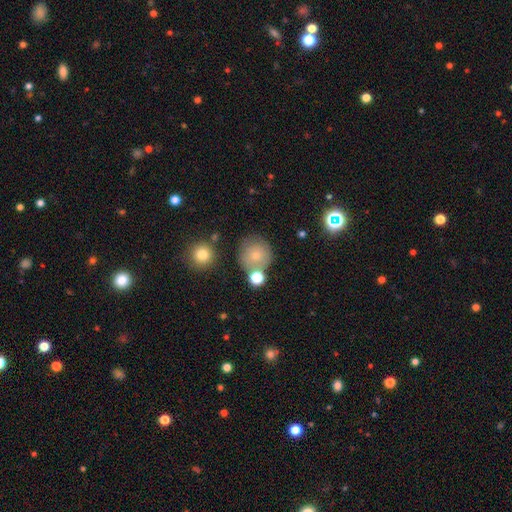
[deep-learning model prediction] Overall: smooth (73%). How rounded: round (90%). Merging: none (64%).